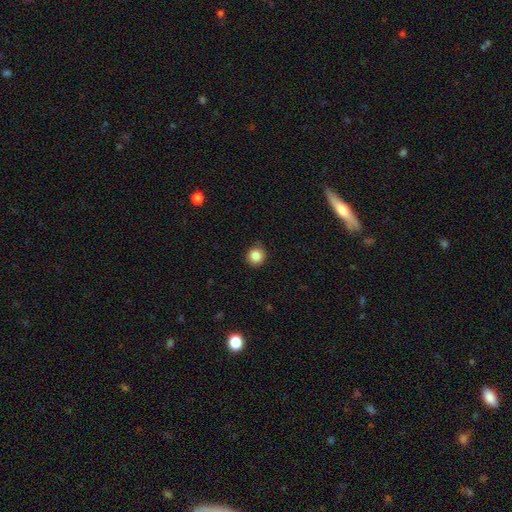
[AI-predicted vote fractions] This is clearly a smooth galaxy (86%). How rounded: clearly round (90%). Merging: clearly none (86%).